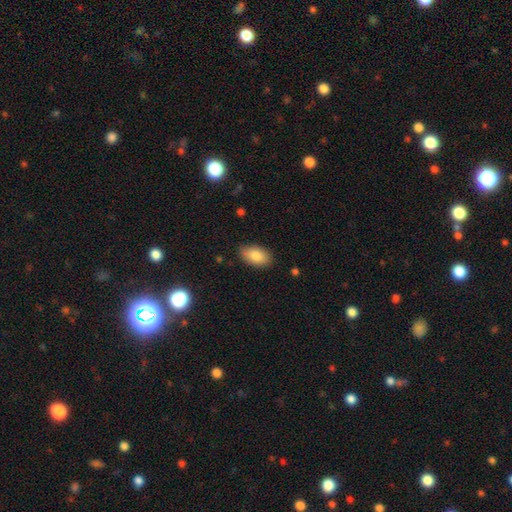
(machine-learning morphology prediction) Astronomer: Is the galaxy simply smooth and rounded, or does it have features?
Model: smooth — 85%.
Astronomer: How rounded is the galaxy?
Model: in between — 92%.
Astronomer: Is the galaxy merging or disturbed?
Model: none — 84%.